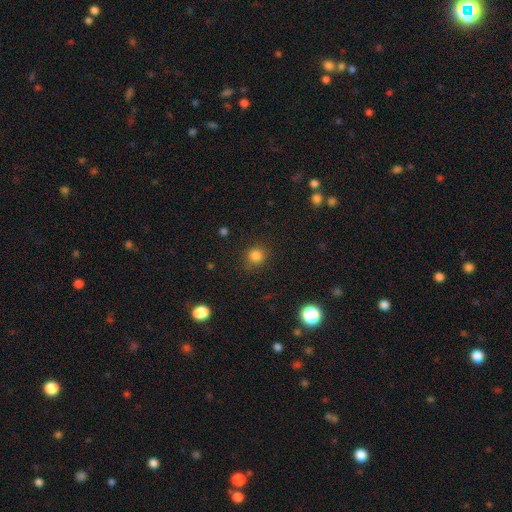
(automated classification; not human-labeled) The model was most divided on "smooth or featured": smooth: 82%, star or artifact: 13%, featured or disk: 4%. More confident: how rounded — round (90%); merging — none (86%).